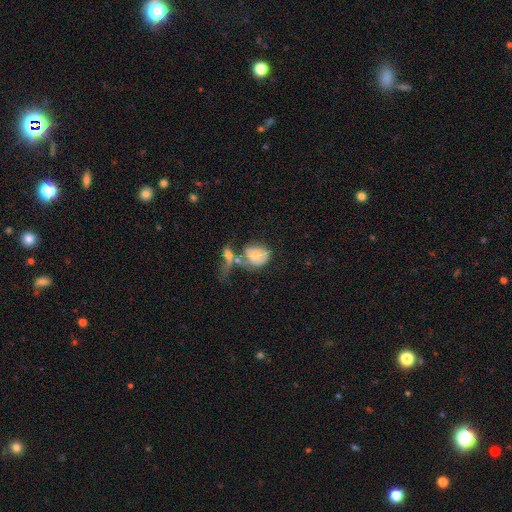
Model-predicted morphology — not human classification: The model was most divided on "how rounded": in between: 60%, round: 38%, cigar-shaped: 2%. Remaining: smooth or featured — smooth (61%); merging — merger (46%).